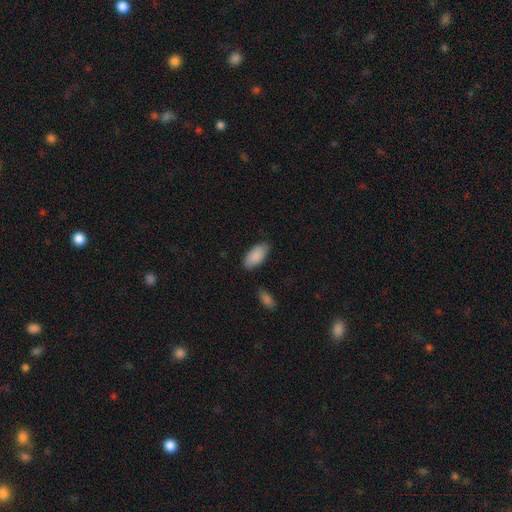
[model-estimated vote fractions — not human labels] Morphology: type=smooth (89%); roundness=in between (92%); merging=none (80%).